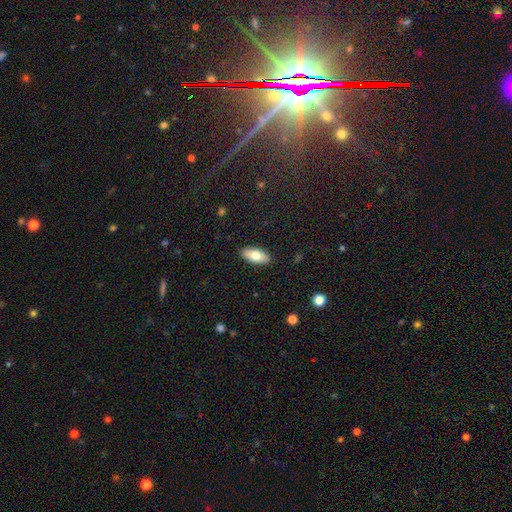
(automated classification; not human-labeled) A smooth galaxy with no disk features (75%) that is in between round and cigar-shaped (87%).

Vote fractions:
- Smooth or featured? smooth: 75% / featured or disk: 19% / star or artifact: 6%
- How rounded? in between: 87% / cigar-shaped: 10% / round: 2%
- Merging? none: 90% / minor disturbance: 7% / major disturbance: 2% / merger: 1%